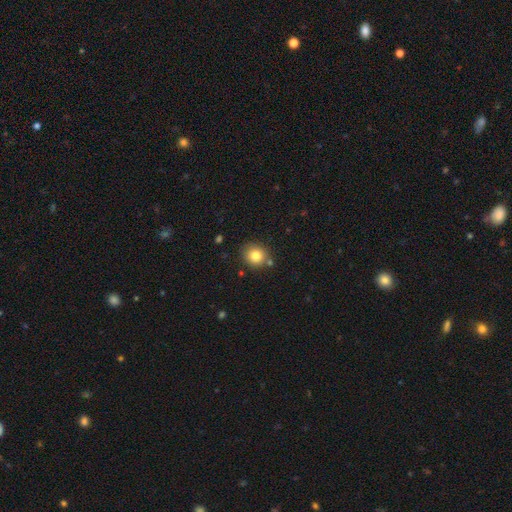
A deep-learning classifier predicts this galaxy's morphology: The model was most divided on "how rounded": round: 84%, in between: 15%, cigar-shaped: 1%. More confident: smooth or featured — smooth (82%); merging — none (81%).